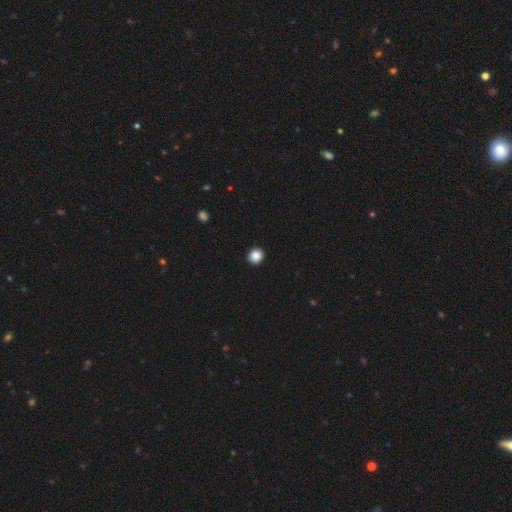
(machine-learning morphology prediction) A smooth galaxy with no disk features (88%) that is round (84%).

Vote fractions:
- Smooth or featured? smooth: 88% / star or artifact: 9% / featured or disk: 3%
- How rounded? round: 84% / in between: 15% / cigar-shaped: 1%
- Merging? none: 93% / minor disturbance: 5% / major disturbance: 2% / merger: 1%